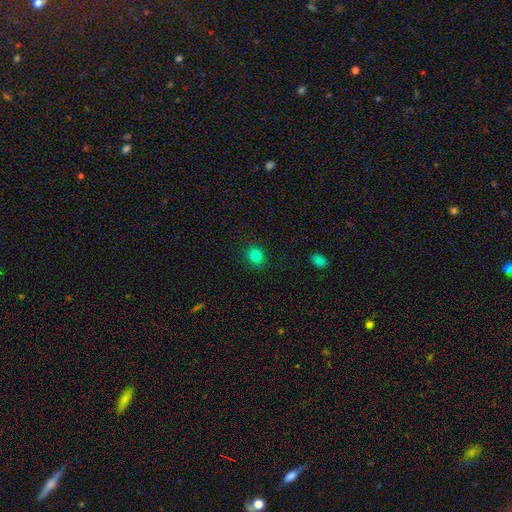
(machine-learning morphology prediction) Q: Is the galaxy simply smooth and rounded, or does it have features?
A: smooth — 83%.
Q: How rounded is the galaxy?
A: round — 74%.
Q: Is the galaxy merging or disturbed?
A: none — 89%.